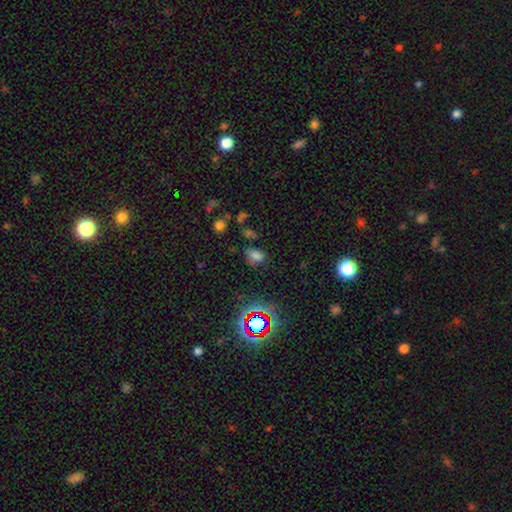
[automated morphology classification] smooth-or-featured: smooth: 66% | star or artifact: 26% | featured or disk: 8%
  how-rounded: in between: 80% | round: 18% | cigar-shaped: 2%
  merging: none: 63% | minor disturbance: 21% | major disturbance: 9% | merger: 6%